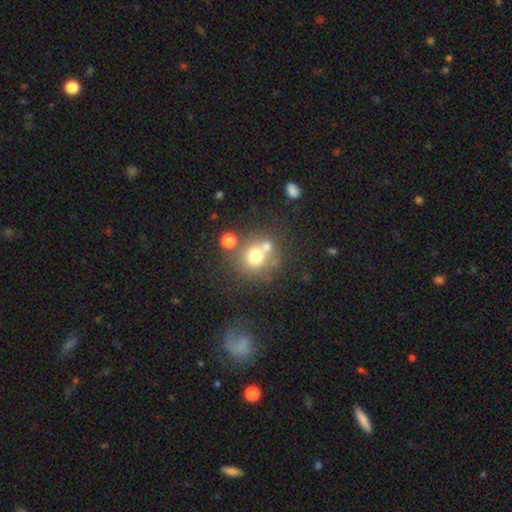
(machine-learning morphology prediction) The model was most divided on "merging": none: 54%, merger: 29%, minor disturbance: 10%, major disturbance: 6%. More confident: how rounded — round (84%); smooth or featured — smooth (69%).